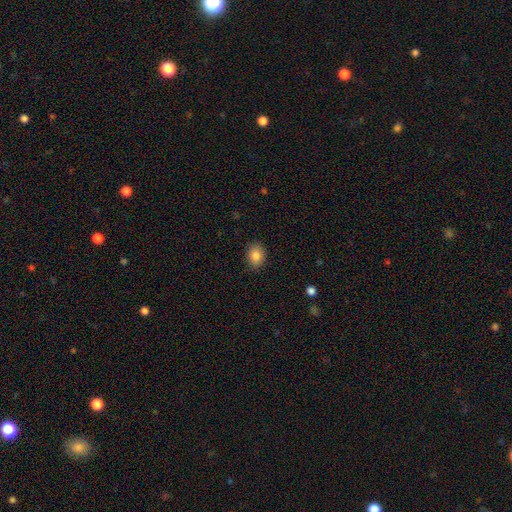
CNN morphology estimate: This is clearly a smooth galaxy (85%). How rounded: possibly in between (55%). Merging: clearly none (87%).